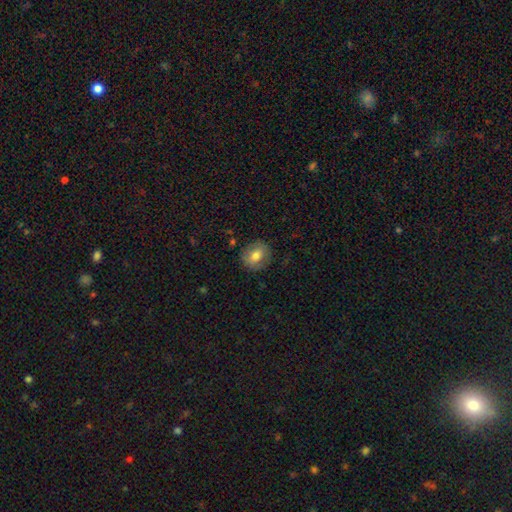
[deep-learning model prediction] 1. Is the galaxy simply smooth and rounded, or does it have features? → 73% smooth, 19% featured or disk, 8% star or artifact.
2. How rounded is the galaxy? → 71% round, 28% in between, 1% cigar-shaped.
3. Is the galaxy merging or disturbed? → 83% none, 12% minor disturbance, 4% major disturbance, 1% merger.